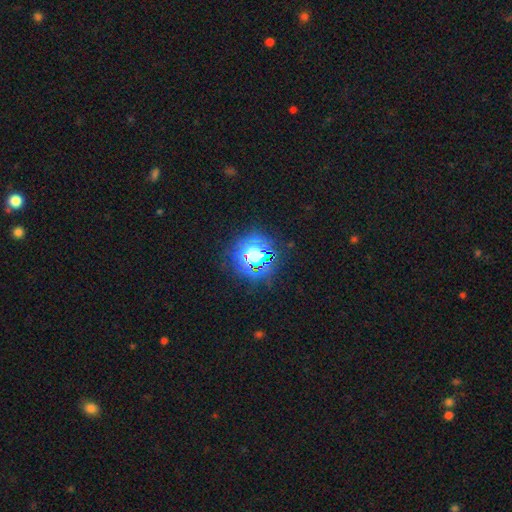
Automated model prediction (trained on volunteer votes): smooth-or-featured: star or artifact: 74% | smooth: 17% | featured or disk: 9%